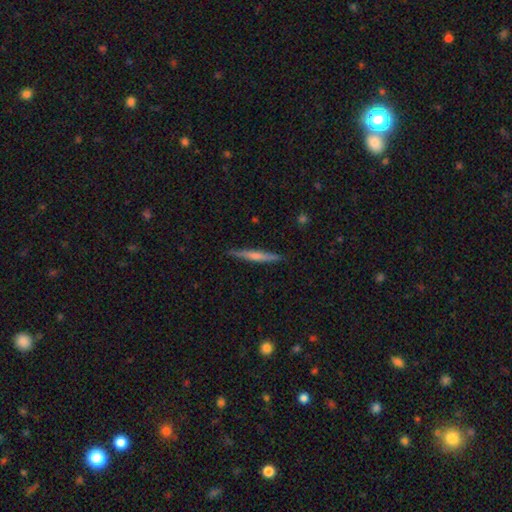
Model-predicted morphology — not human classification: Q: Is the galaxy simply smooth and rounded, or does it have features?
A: featured or disk — 61%.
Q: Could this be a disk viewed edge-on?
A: yes — 97%.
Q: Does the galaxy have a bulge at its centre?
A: rounded — 70%.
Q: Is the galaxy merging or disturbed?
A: none — 90%.